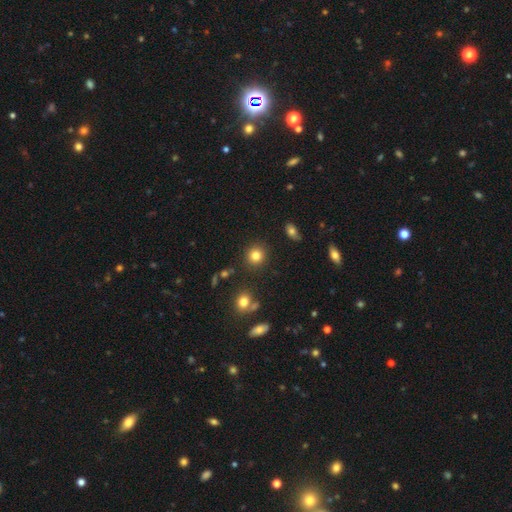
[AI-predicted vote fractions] A smooth galaxy with no disk features (83%) that is round (90%).

Vote fractions:
- Smooth or featured? smooth: 83% / star or artifact: 11% / featured or disk: 6%
- How rounded? round: 90% / in between: 9% / cigar-shaped: 1%
- Merging? none: 89% / minor disturbance: 6% / major disturbance: 3% / merger: 3%